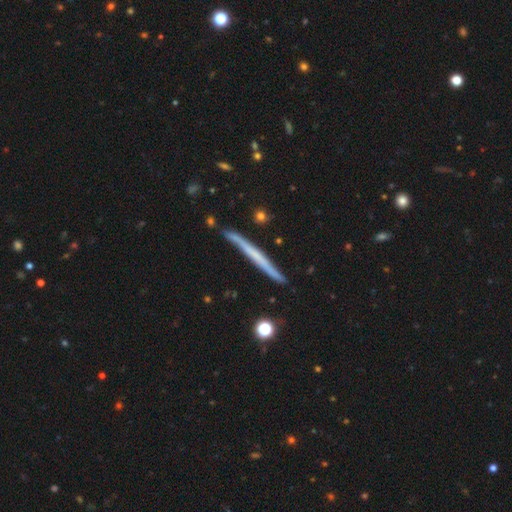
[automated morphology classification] Smooth or featured?
  - featured or disk: 53% *
  - smooth: 40%
  - star or artifact: 6%
Edge-on disk?
  - yes: 97% *
  - no: 3%
Edge-on bulge?
  - none: 85% *
  - rounded: 10%
  - boxy: 5%
Merging?
  - none: 87% *
  - minor disturbance: 10%
  - merger: 2%
  - major disturbance: 2%